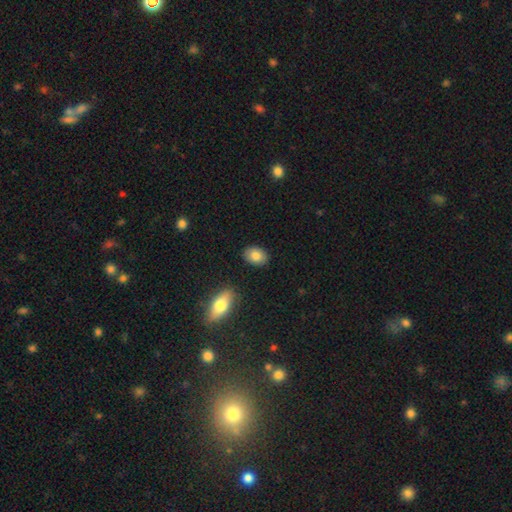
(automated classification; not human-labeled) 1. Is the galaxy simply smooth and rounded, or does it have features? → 83% smooth, 10% featured or disk, 7% star or artifact.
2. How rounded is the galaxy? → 79% in between, 20% round, 1% cigar-shaped.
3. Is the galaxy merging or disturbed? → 88% none, 9% minor disturbance, 2% major disturbance, 2% merger.